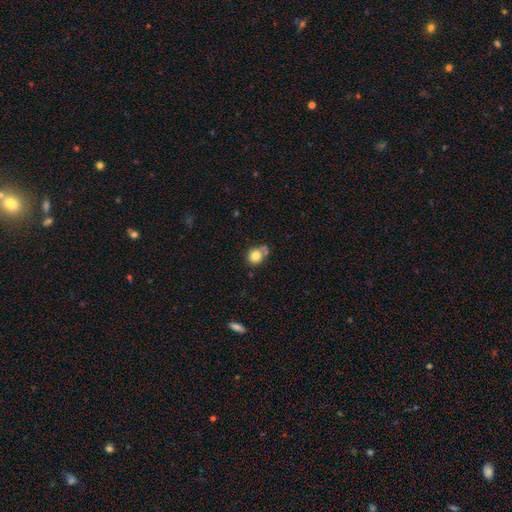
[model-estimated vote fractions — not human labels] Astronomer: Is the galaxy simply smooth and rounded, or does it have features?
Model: smooth — 78%.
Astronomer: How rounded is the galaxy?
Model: round — 69%.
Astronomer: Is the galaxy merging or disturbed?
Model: none — 49%.